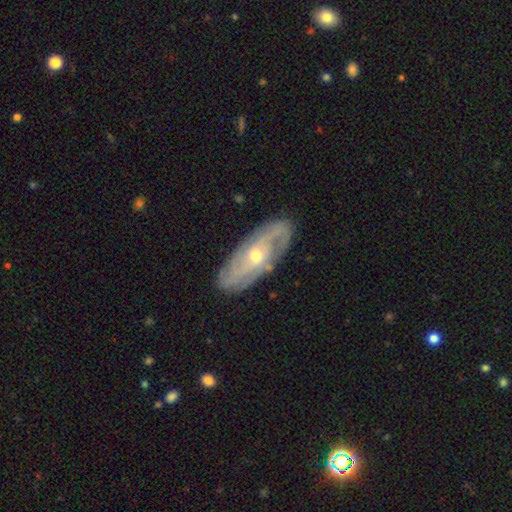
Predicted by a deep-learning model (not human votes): Smooth or featured?
  - featured or disk: 81% *
  - smooth: 14%
  - star or artifact: 5%
Edge-on disk?
  - no: 89% *
  - yes: 11%
Bar?
  - no: 67% *
  - weak: 26%
  - strong: 6%
Spiral arms?
  - yes: 92% *
  - no: 8%
Spiral winding?
  - tight: 52% *
  - medium: 35%
  - loose: 13%
Spiral arm count?
  - 2: 35% *
  - can't tell: 33%
  - 3: 16%
  - 4: 7%
  - 1: 5%
  - more than 4: 4%
Bulge size?
  - small: 50% *
  - moderate: 47%
  - large: 2%
  - none: 1%
  - dominant: 1%
Merging?
  - none: 83% *
  - minor disturbance: 13%
  - major disturbance: 3%
  - merger: 1%